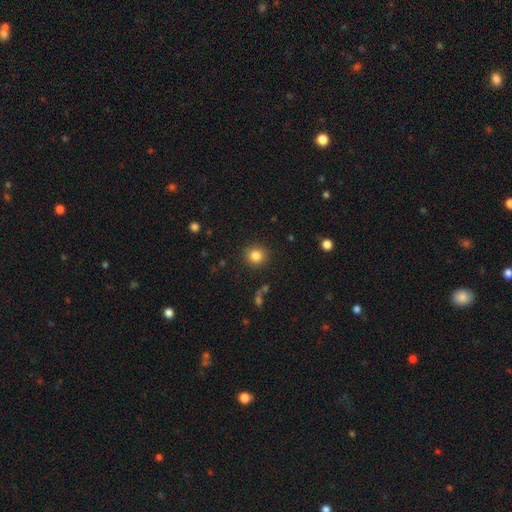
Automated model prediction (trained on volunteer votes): This appears to be a smooth galaxy with no disk features (83%) that is round (91%). Merging: none (90%).